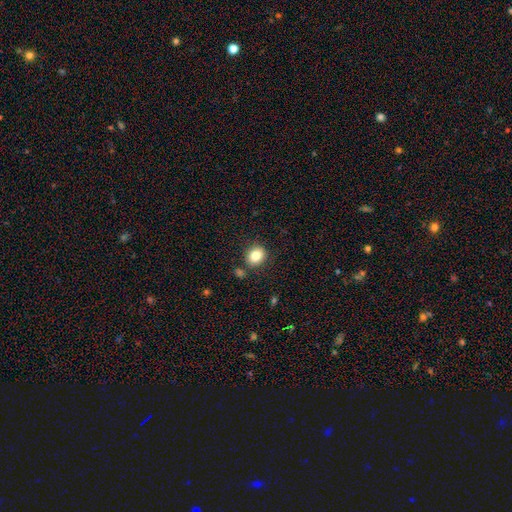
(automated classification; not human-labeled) Smooth or featured? smooth (83%)
How rounded? round (64%)
Merging? none (83%)